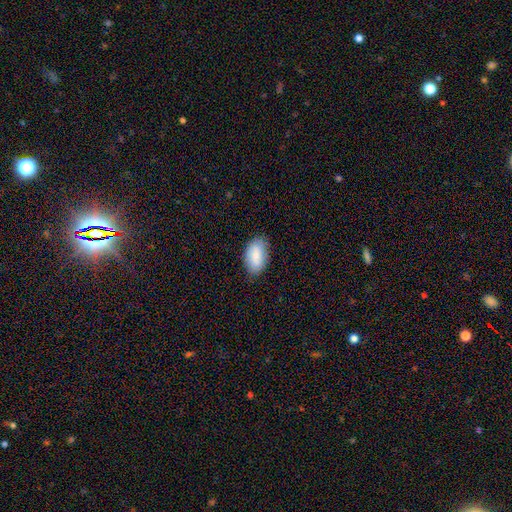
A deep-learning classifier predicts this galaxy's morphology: The model was most divided on "merging": none: 80%, minor disturbance: 16%, major disturbance: 3%, merger: 1%. More confident: how rounded — in between (94%); smooth or featured — smooth (85%).